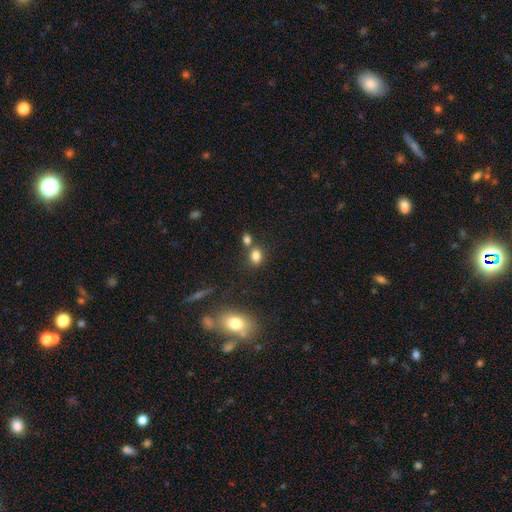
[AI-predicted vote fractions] Smooth or featured? Predicted: smooth (p=0.81). How rounded? Predicted: in between (p=0.62). Merging? Predicted: none (p=0.59).